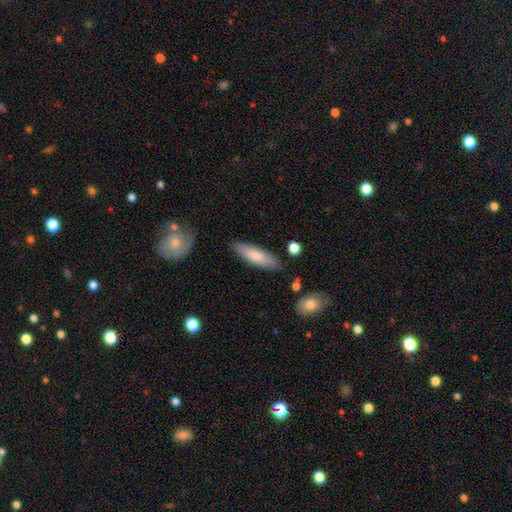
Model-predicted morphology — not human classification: Smooth or featured?
  - smooth: 77% *
  - featured or disk: 18%
  - star or artifact: 6%
How rounded?
  - cigar-shaped: 62% *
  - in between: 37%
  - round: 2%
Merging?
  - none: 85% *
  - minor disturbance: 10%
  - merger: 2%
  - major disturbance: 2%